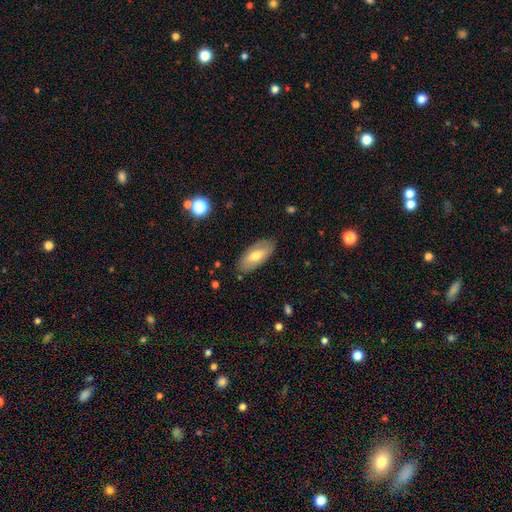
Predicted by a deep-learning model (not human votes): Smooth or featured? Predicted: smooth (p=0.61). How rounded? Predicted: in between (p=0.88). Merging? Predicted: none (p=0.83).